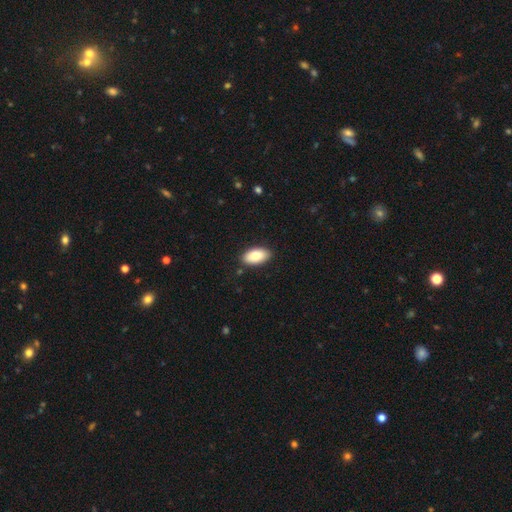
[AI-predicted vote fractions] This is clearly a smooth galaxy (82%). How rounded: clearly in between (94%). Merging: clearly none (88%).